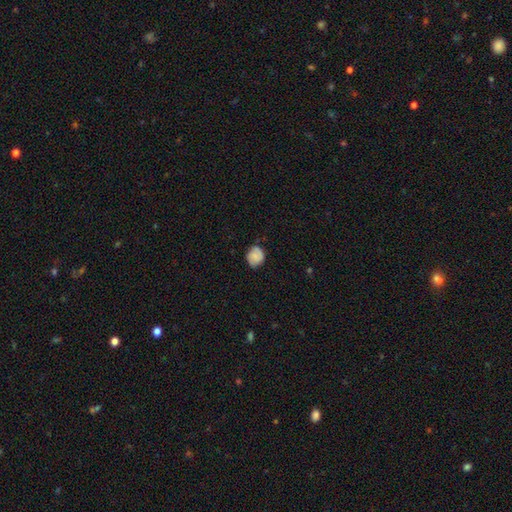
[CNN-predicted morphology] smooth_or_featured: smooth (p=0.65) [alt: featured or disk p=0.26]
how_rounded: round (p=0.72) [alt: in between p=0.27]
merging: none (p=0.73) [alt: minor disturbance p=0.21]